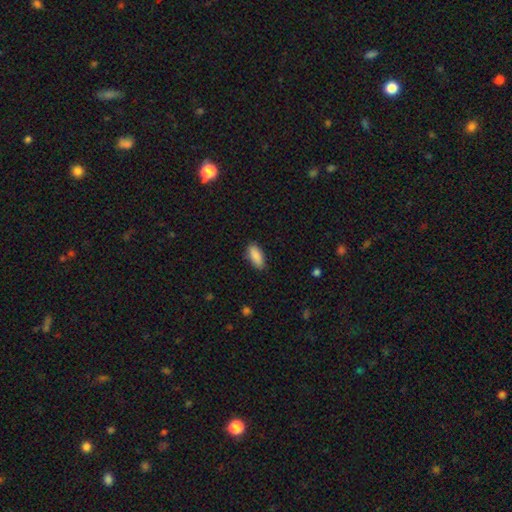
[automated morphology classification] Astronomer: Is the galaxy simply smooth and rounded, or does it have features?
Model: smooth — 89%.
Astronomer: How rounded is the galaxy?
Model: in between — 84%.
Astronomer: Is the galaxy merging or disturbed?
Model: none — 86%.